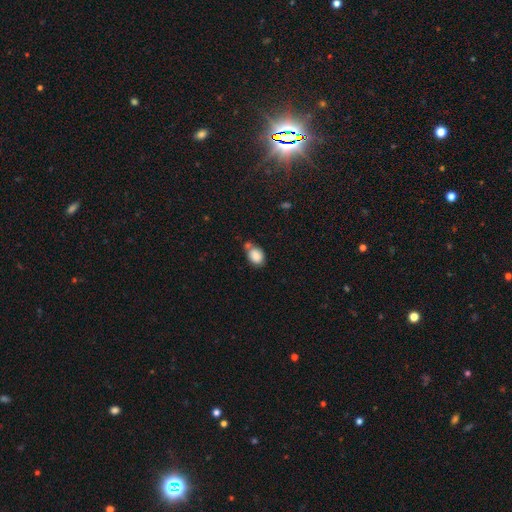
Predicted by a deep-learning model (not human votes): smooth-or-featured: smooth: 86% | star or artifact: 8% | featured or disk: 6%
  how-rounded: in between: 65% | round: 34% | cigar-shaped: 1%
  merging: none: 50% | merger: 24% | minor disturbance: 20% | major disturbance: 6%